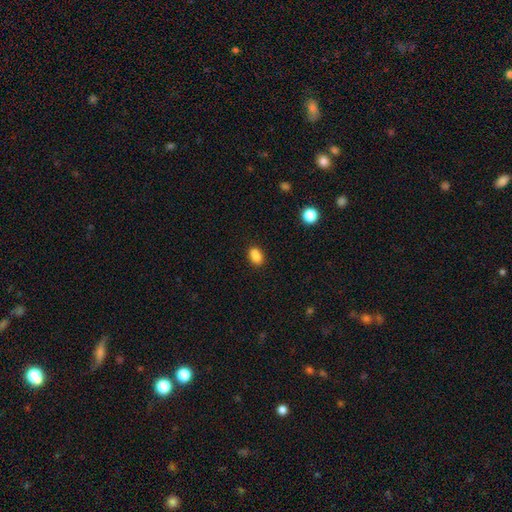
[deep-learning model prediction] Overall: smooth (83%). How rounded: in between (78%). Merging: none (66%).